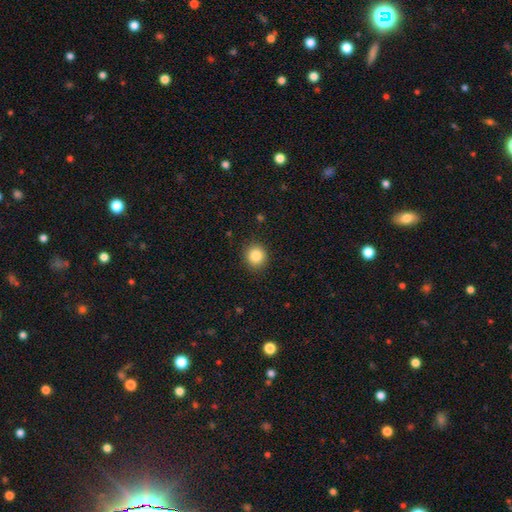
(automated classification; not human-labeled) smooth 85%, star or artifact 10%, featured or disk 5%. Down the decision tree: how rounded — round (87%); merging — none (90%).